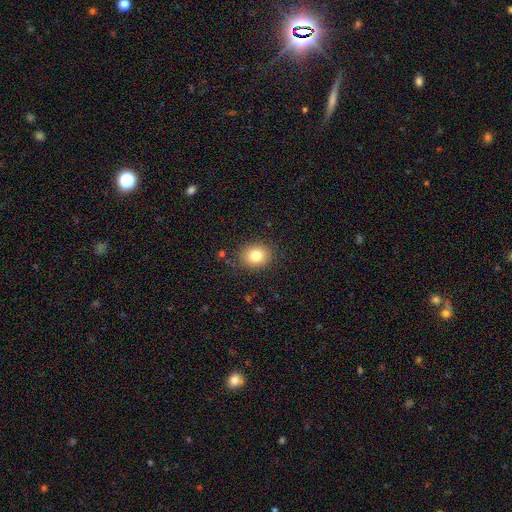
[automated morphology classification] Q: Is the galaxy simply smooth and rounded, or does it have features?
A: smooth — 81%.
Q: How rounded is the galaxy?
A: round — 65%.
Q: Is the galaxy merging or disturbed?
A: none — 87%.